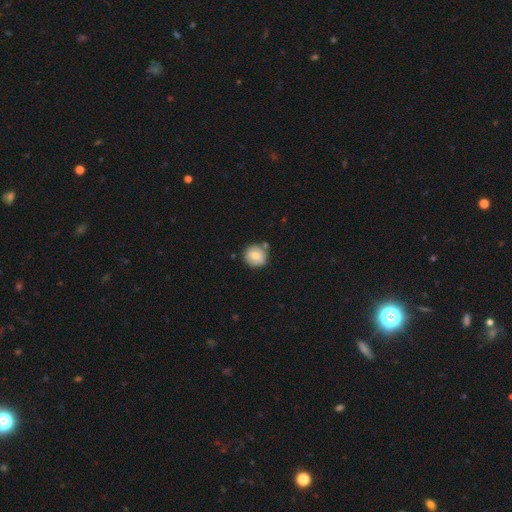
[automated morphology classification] Smooth or featured? Predicted: smooth (p=0.79). How rounded? Predicted: round (p=0.92). Merging? Predicted: none (p=0.76).